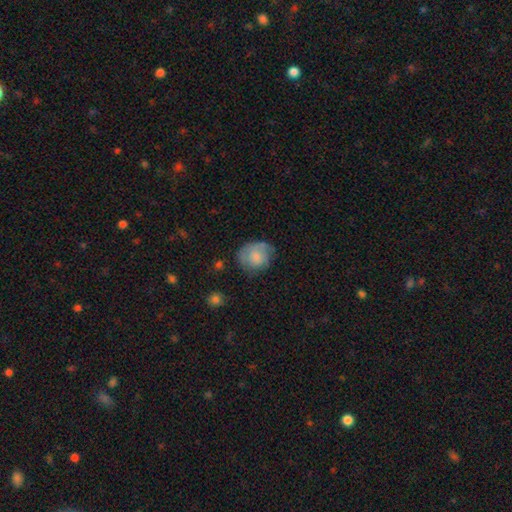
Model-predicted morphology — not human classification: smooth-or-featured: smooth: 61% | featured or disk: 32% | star or artifact: 8%
  how-rounded: round: 62% | in between: 37% | cigar-shaped: 1%
  merging: none: 53% | minor disturbance: 30% | major disturbance: 15% | merger: 2%